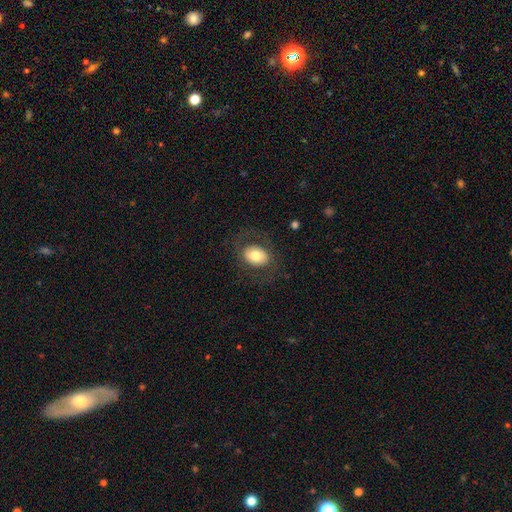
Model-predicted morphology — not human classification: This is likely a smooth galaxy (68%). How rounded: likely in between (68%). Merging: likely none (77%).